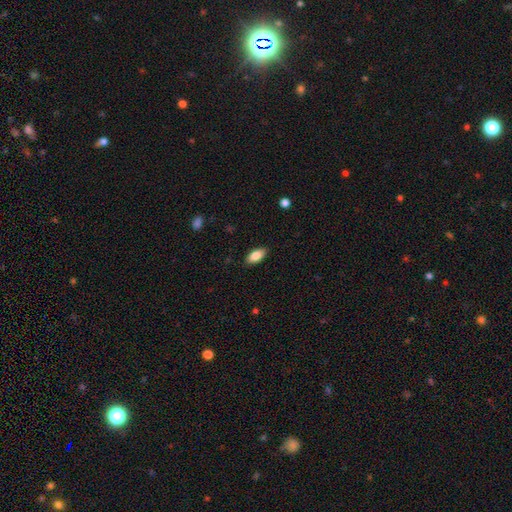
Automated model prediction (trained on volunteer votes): Smooth or featured? Predicted: smooth (p=0.84). How rounded? Predicted: in between (p=0.88). Merging? Predicted: none (p=0.88).